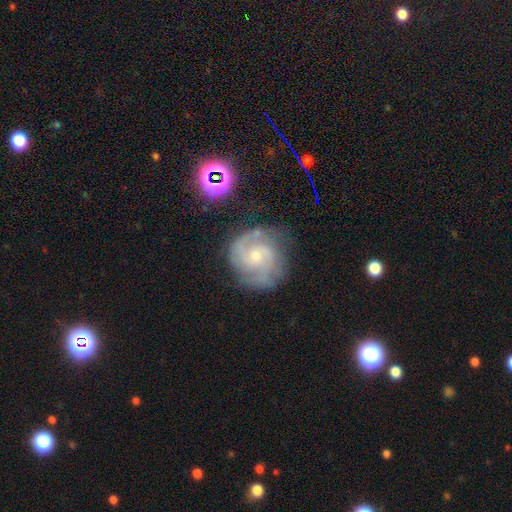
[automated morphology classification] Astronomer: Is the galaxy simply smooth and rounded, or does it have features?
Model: featured or disk — 85%.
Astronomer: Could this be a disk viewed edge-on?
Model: no — 98%.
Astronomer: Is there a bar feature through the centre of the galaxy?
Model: no — 64%.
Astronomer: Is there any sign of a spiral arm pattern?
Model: yes — 97%.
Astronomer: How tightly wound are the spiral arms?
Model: tight — 47% (runner-up: medium, 44%).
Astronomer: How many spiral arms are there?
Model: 2 — 62%.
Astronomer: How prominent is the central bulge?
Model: small — 63%.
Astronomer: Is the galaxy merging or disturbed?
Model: none — 70%.